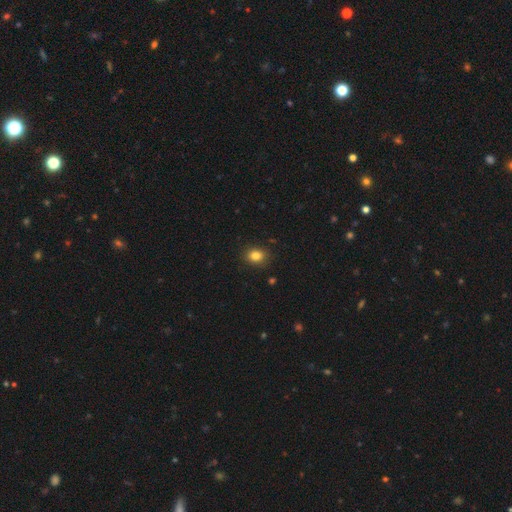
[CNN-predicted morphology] This appears to be a smooth galaxy with no disk features (84%) that is in between round and cigar-shaped (53%). Merging: none (87%).